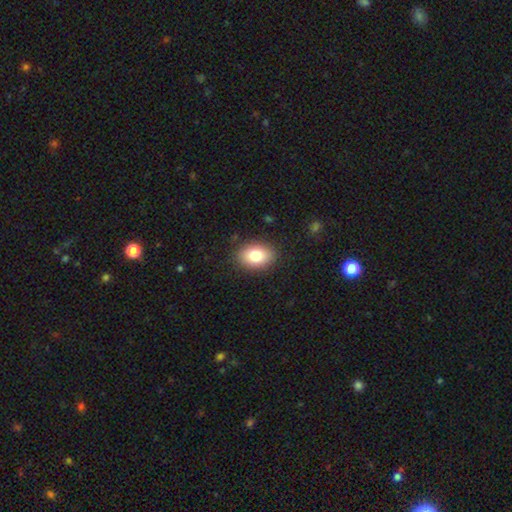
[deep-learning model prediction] A smooth galaxy with no disk features (82%) that is in between round and cigar-shaped (81%). Merging: none (87%).